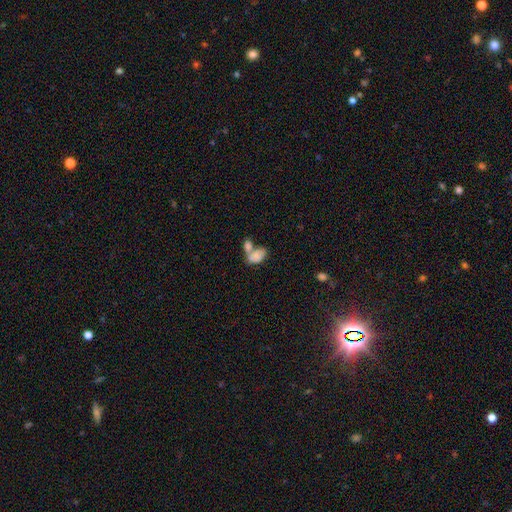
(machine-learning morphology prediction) Smooth or featured: smooth — 73% (featured or disk — 19%)
How rounded: in between — 88% (round — 10%)
Merging: merger — 65% (none — 19%)